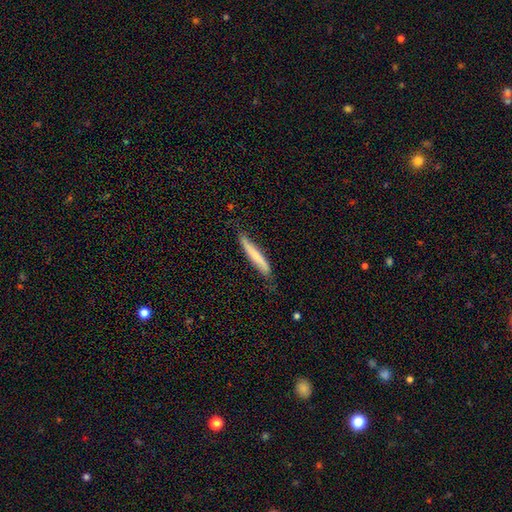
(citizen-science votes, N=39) smooth 69%, featured or disk 26%, star or artifact 5%. Down the decision tree: how rounded — cigar-shaped (96%); merging — none (70%).